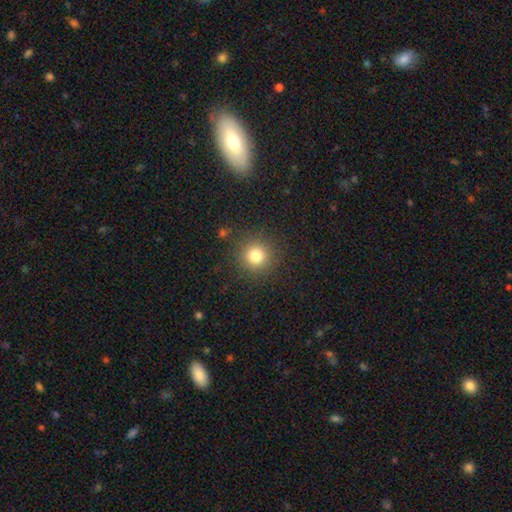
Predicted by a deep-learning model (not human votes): Smooth or featured? smooth (79%)
How rounded? round (95%)
Merging? none (89%)